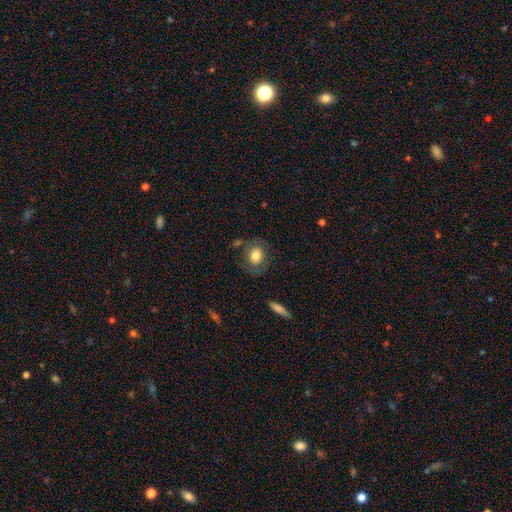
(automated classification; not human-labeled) Morphology: type=smooth (74%); roundness=round (56%); merging=none (70%).